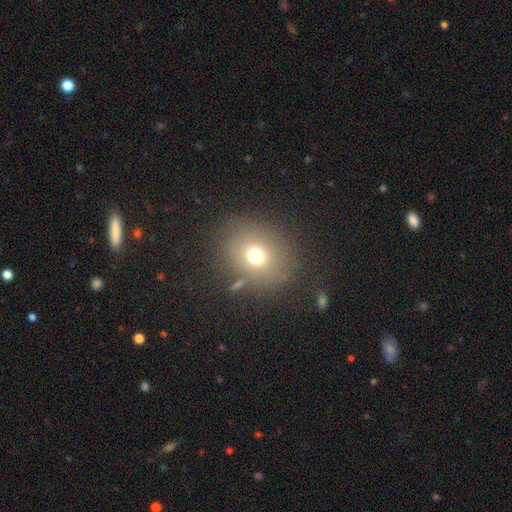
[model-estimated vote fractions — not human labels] Smooth or featured?
  - smooth: 69% *
  - star or artifact: 18%
  - featured or disk: 13%
How rounded?
  - round: 65% *
  - in between: 34%
  - cigar-shaped: 1%
Merging?
  - none: 77% *
  - minor disturbance: 11%
  - major disturbance: 7%
  - merger: 5%